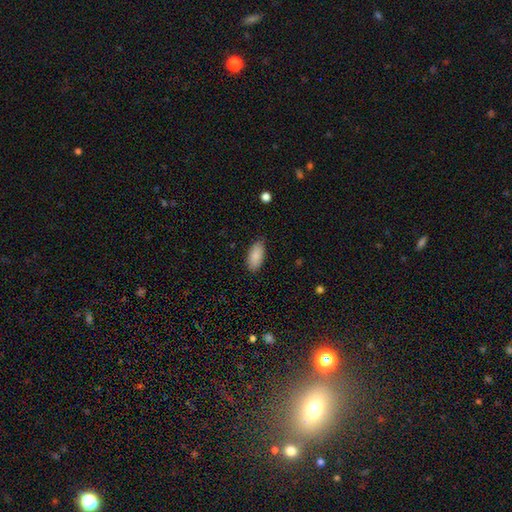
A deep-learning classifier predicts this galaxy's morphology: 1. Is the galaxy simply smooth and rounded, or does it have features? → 89% smooth, 6% star or artifact, 5% featured or disk.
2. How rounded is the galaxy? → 91% in between, 7% cigar-shaped, 2% round.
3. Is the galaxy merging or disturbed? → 83% none, 13% minor disturbance, 3% major disturbance, 1% merger.